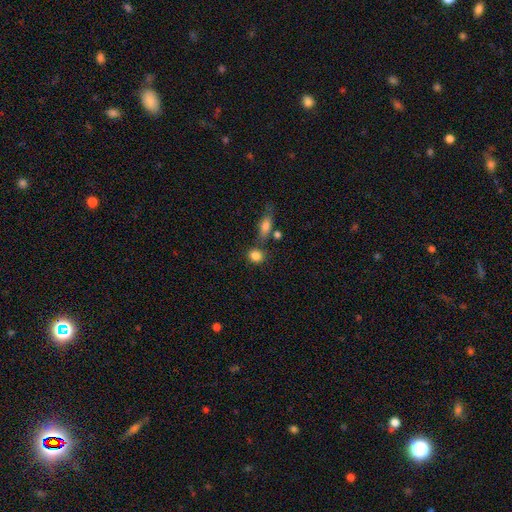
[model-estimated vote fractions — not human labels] smooth-or-featured: smooth: 84% | star or artifact: 9% | featured or disk: 6%
  how-rounded: round: 69% | in between: 29% | cigar-shaped: 3%
  merging: none: 67% | merger: 15% | minor disturbance: 13% | major disturbance: 5%